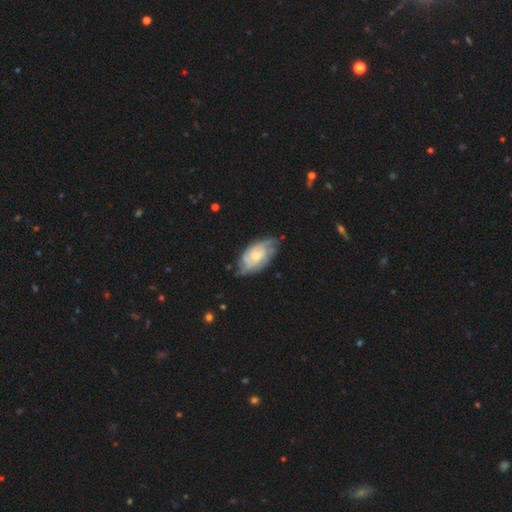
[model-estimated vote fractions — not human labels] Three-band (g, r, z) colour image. It shows a featured or disk galaxy (66%) with no bar (70%), tight (53%) spiral arms (86%) and a moderate central bulge (47%). Merging: none (60%).